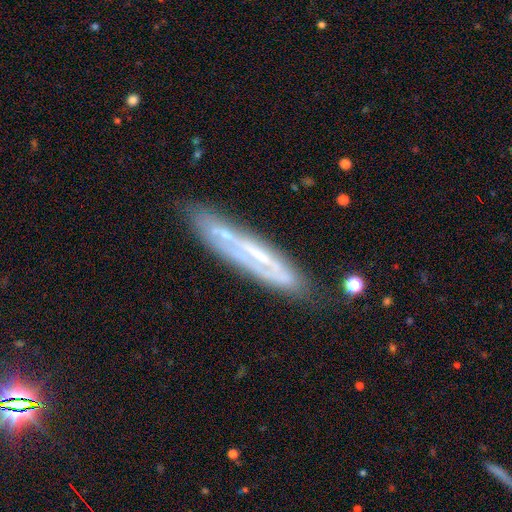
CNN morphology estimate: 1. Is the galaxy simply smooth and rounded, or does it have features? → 71% featured or disk, 20% smooth, 8% star or artifact.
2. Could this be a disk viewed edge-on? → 55% yes, 45% no.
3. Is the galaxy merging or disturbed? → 75% none, 16% minor disturbance, 5% major disturbance, 4% merger.